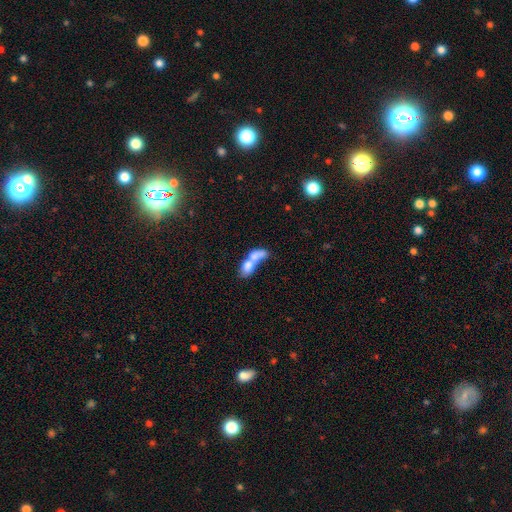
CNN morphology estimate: smooth-or-featured: smooth: 67% | featured or disk: 24% | star or artifact: 8%
  how-rounded: in between: 74% | round: 15% | cigar-shaped: 11%
  merging: merger: 79% | none: 9% | major disturbance: 7% | minor disturbance: 5%